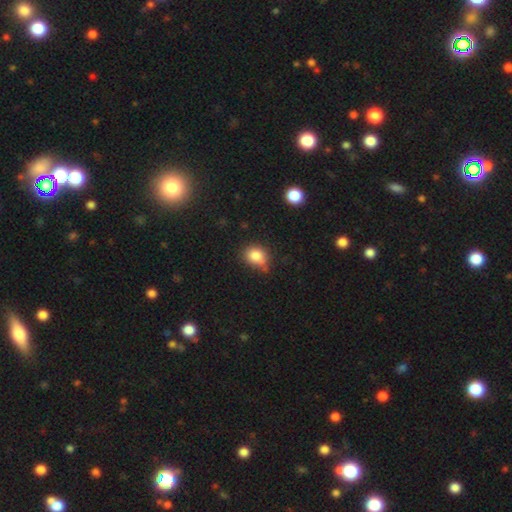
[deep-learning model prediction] Q: Smooth or featured?
A: smooth (82%); runner-up: star or artifact (11%)
Q: How rounded?
A: round (56%); runner-up: in between (43%)
Q: Merging?
A: none (58%); runner-up: minor disturbance (28%)